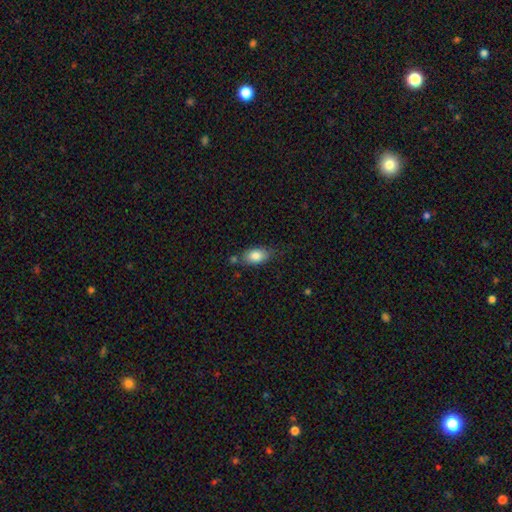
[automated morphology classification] smooth 83%, featured or disk 9%, star or artifact 7%. Down the decision tree: how rounded — in between (86%); merging — none (65%).